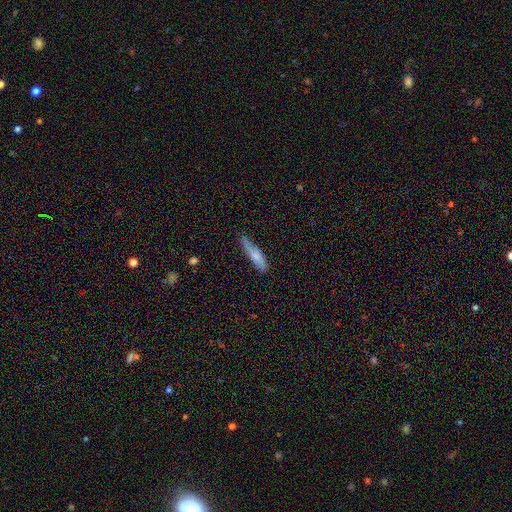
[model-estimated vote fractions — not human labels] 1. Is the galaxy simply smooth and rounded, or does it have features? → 72% smooth, 22% featured or disk, 6% star or artifact.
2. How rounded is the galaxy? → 80% cigar-shaped, 19% in between, 2% round.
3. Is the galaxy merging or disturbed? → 63% none, 29% minor disturbance, 6% major disturbance, 2% merger.